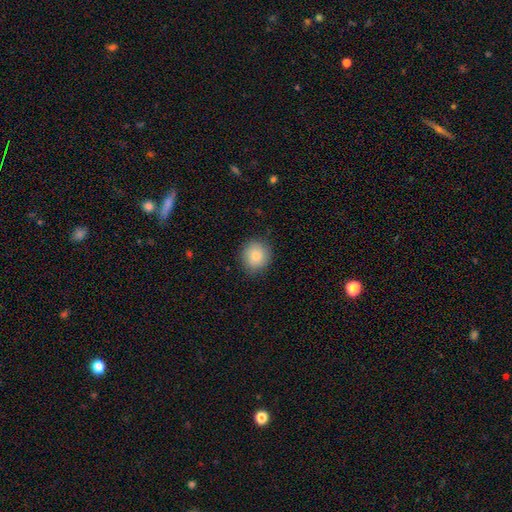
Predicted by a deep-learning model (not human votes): smooth 83%, featured or disk 9%, star or artifact 8%. Down the decision tree: how rounded — round (82%); merging — none (86%).